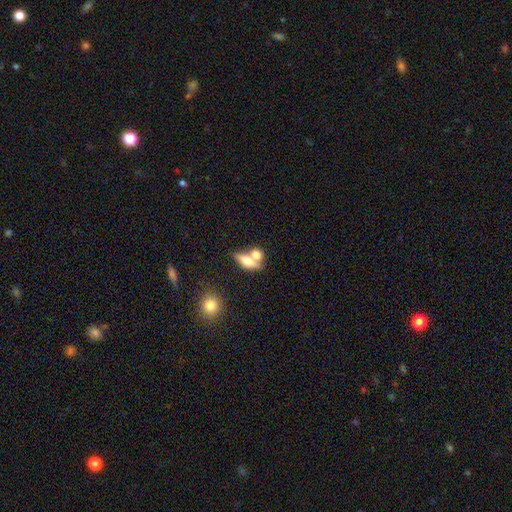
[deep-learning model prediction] This appears to be a smooth galaxy with no disk features (68%) that is in between round and cigar-shaped (67%). Merging: merger (56%).